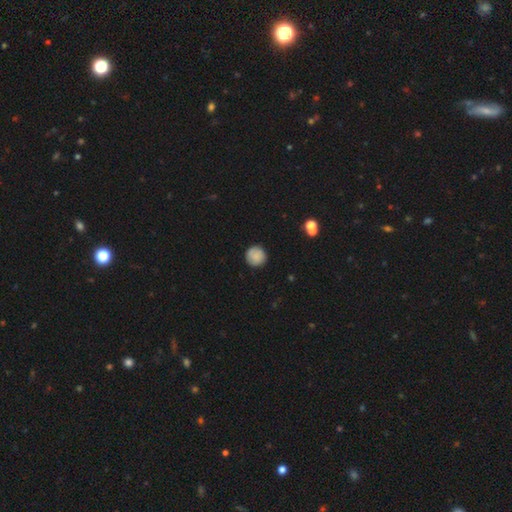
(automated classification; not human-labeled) smooth-or-featured: smooth: 82% | featured or disk: 10% | star or artifact: 7%
  how-rounded: round: 95% | in between: 4% | cigar-shaped: 1%
  merging: none: 87% | minor disturbance: 9% | major disturbance: 2% | merger: 1%